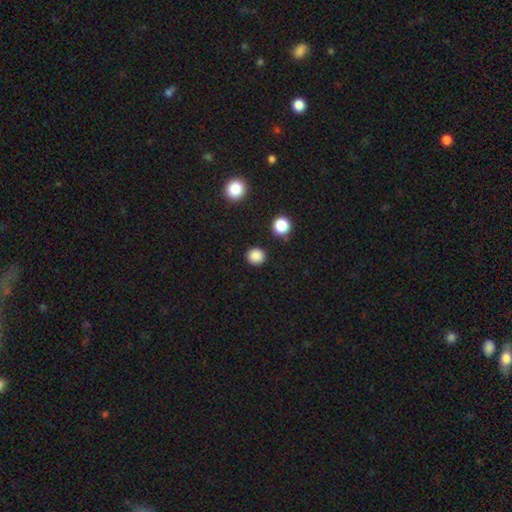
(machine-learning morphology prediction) smooth_or_featured: smooth (p=0.86) [alt: star or artifact p=0.11]
how_rounded: round (p=0.91) [alt: in between p=0.08]
merging: none (p=0.90) [alt: minor disturbance p=0.05]